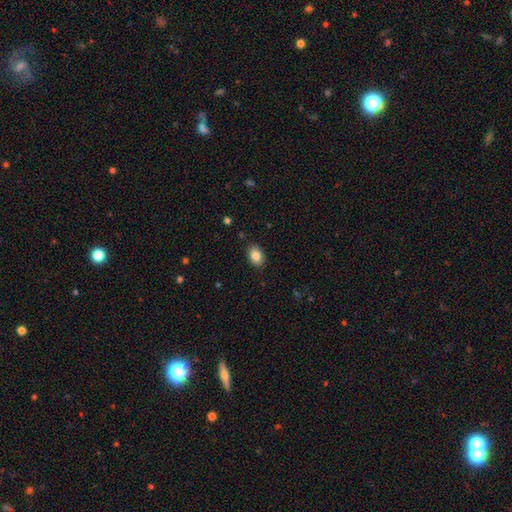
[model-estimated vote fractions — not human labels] Morphology: type=smooth (86%); roundness=in between (80%); merging=none (88%).